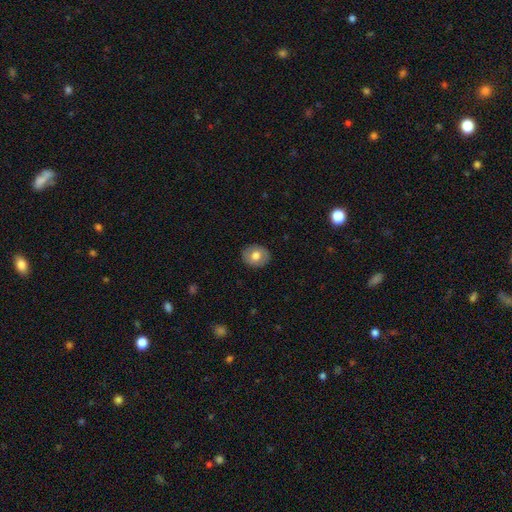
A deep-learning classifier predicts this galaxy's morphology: Smooth or featured? smooth (71%)
How rounded? round (60%)
Merging? none (88%)